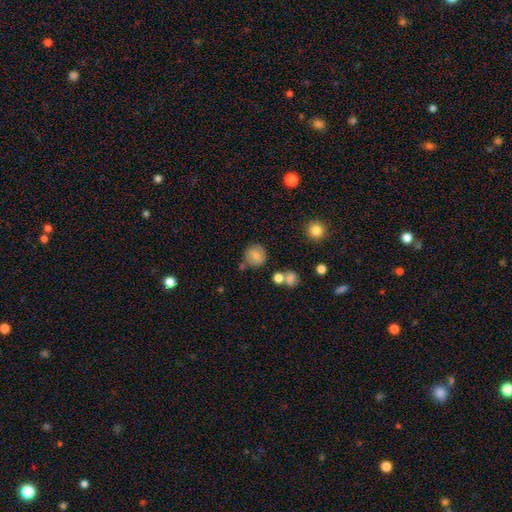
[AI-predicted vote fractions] smooth_or_featured: smooth (p=0.74) [alt: featured or disk p=0.15]
how_rounded: round (p=0.88) [alt: in between p=0.11]
merging: none (p=0.72) [alt: minor disturbance p=0.14]